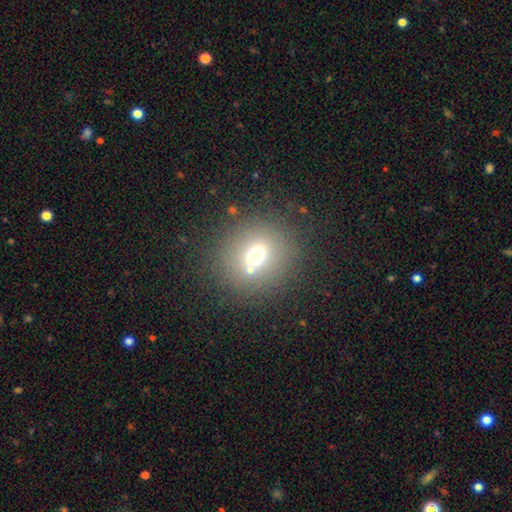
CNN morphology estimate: smooth-or-featured: smooth: 66% | star or artifact: 18% | featured or disk: 16%
  how-rounded: round: 80% | in between: 19% | cigar-shaped: 1%
  merging: none: 77% | minor disturbance: 10% | merger: 9% | major disturbance: 5%